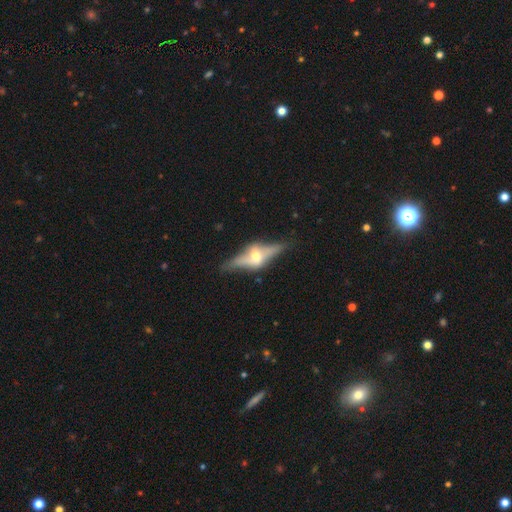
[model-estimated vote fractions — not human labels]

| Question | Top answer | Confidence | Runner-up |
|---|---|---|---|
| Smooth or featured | featured or disk | 78% | smooth (15%) |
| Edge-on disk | yes | 87% | no (13%) |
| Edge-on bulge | rounded | 91% | boxy (7%) |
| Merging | none | 68% | minor disturbance (17%) |